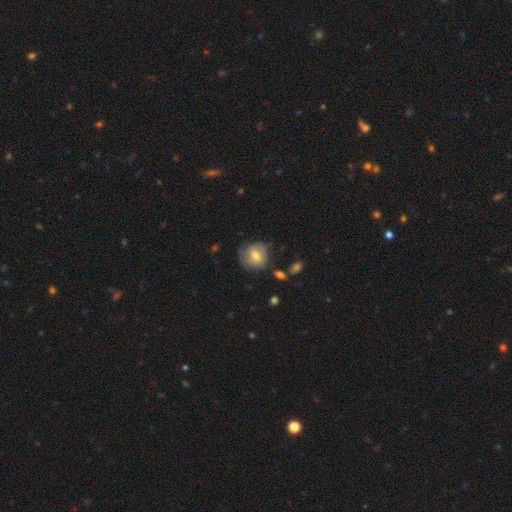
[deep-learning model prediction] Smooth or featured? Predicted: smooth (p=0.61). How rounded? Predicted: round (p=0.76). Merging? Predicted: none (p=0.62).